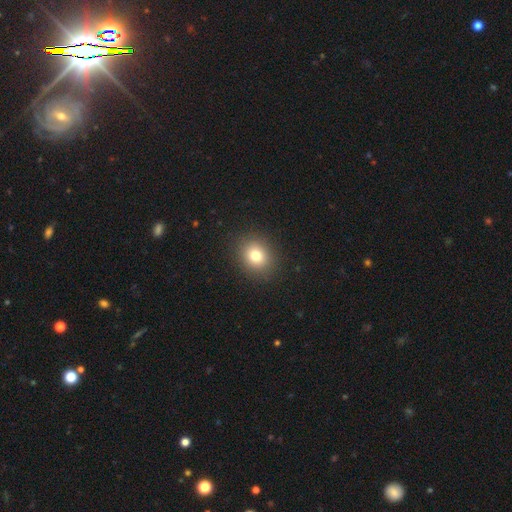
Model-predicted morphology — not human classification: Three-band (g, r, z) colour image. It shows a smooth galaxy with no disk features (79%) that is round (69%). Merging: none (90%).